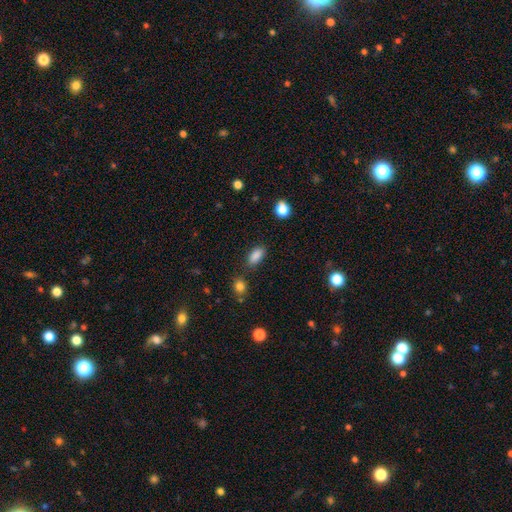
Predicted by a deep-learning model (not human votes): smooth-or-featured: smooth: 87% | star or artifact: 9% | featured or disk: 4%
  how-rounded: in between: 89% | cigar-shaped: 7% | round: 5%
  merging: none: 83% | minor disturbance: 11% | merger: 3% | major disturbance: 3%